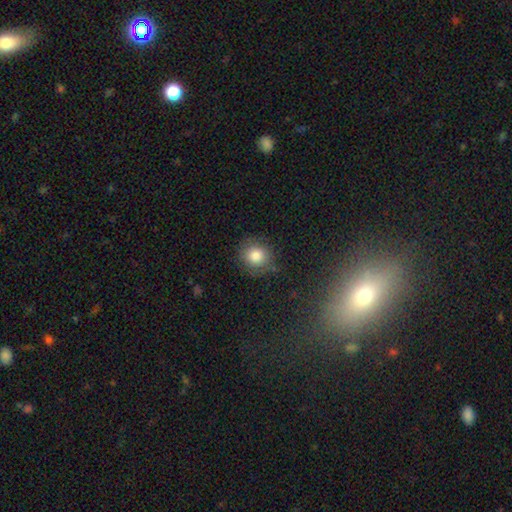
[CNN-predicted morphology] smooth_or_featured: smooth (p=0.82) [alt: star or artifact p=0.11]
how_rounded: round (p=0.87) [alt: in between p=0.12]
merging: none (p=0.81) [alt: minor disturbance p=0.13]